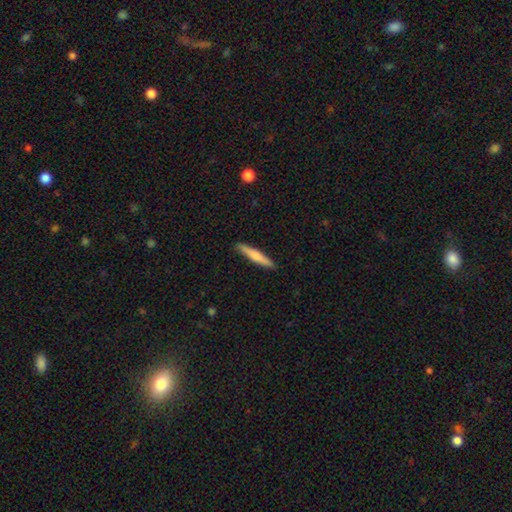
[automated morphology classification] A smooth galaxy with no disk features (62%) that is cigar-shaped (92%). Merging: none (91%).